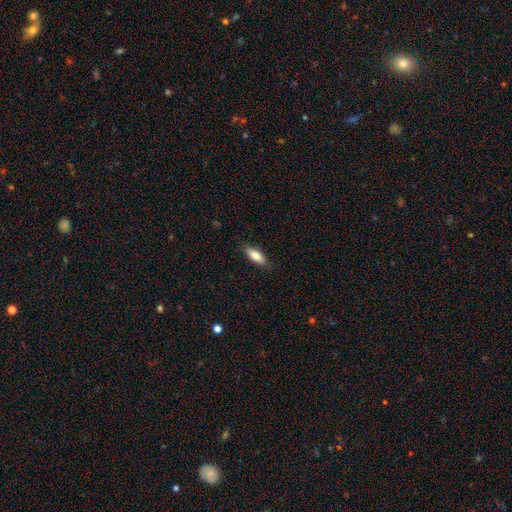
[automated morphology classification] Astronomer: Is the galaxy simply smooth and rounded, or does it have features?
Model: smooth — 77%.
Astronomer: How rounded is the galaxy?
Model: in between — 73%.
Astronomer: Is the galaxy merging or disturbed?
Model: none — 85%.